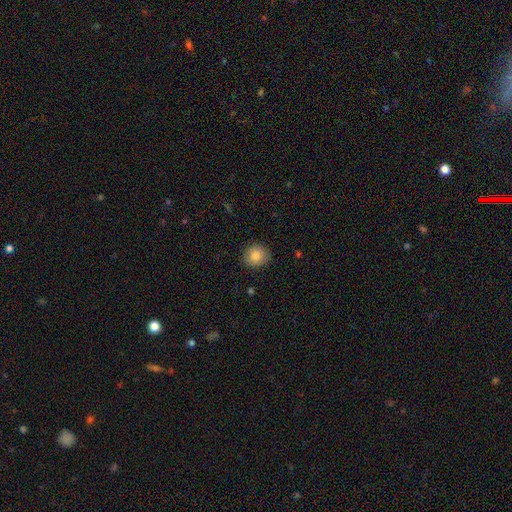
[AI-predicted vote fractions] Overall: smooth (85%). How rounded: round (81%). Merging: none (87%).